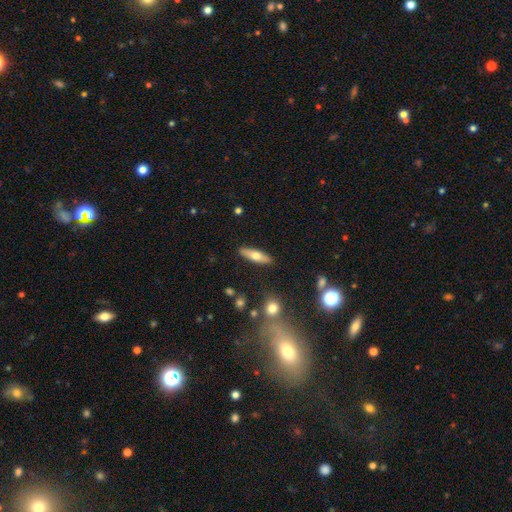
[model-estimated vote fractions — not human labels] This appears to be a smooth galaxy with no disk features (62%) that is cigar-shaped (55%). Merging: none (88%).